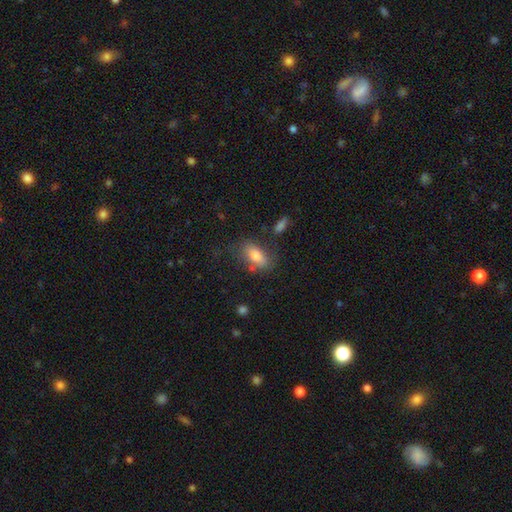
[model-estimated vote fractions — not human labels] Smooth or featured?
  - smooth: 77% *
  - featured or disk: 15%
  - star or artifact: 8%
How rounded?
  - in between: 86% *
  - cigar-shaped: 9%
  - round: 5%
Merging?
  - none: 65% *
  - minor disturbance: 19%
  - major disturbance: 9%
  - merger: 7%